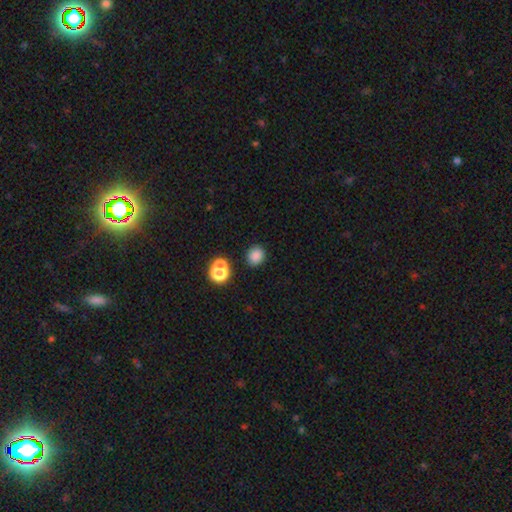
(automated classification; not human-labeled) This appears to be a smooth galaxy with no disk features (82%) that is round (68%). Merging: none (80%).